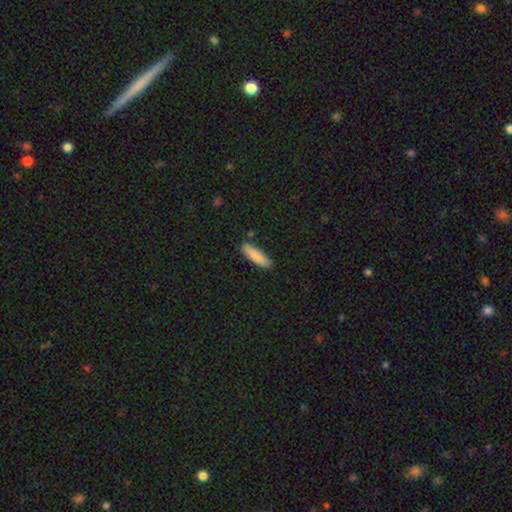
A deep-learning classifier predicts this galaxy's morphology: The model was most divided on "how rounded": cigar-shaped: 64%, in between: 35%, round: 2%. More confident: smooth or featured — smooth (85%); merging — none (84%).